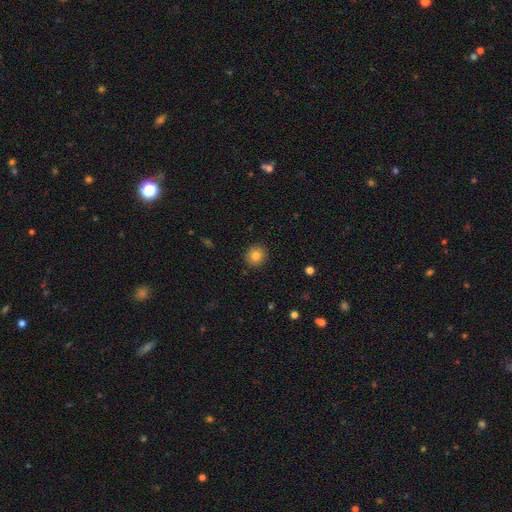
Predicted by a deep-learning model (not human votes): This appears to be a smooth galaxy with no disk features (82%) that is round (87%). Merging: none (91%).